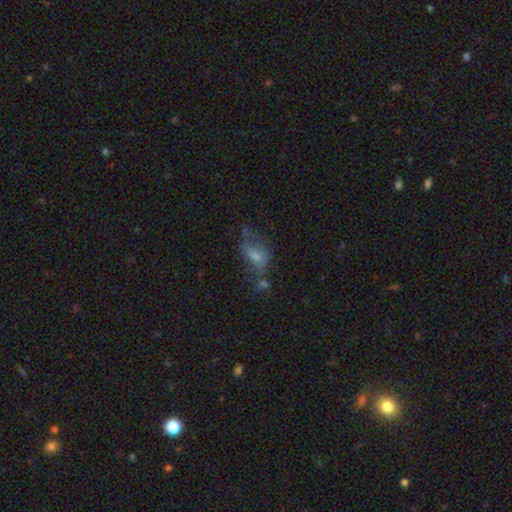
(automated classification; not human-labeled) This is marginally a smooth galaxy (41%). Merging: marginally none (38%).